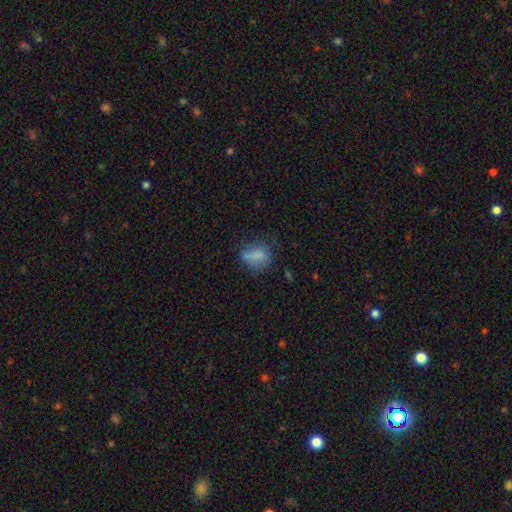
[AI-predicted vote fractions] Q: Smooth or featured?
A: smooth (73%); runner-up: featured or disk (15%)
Q: How rounded?
A: in between (66%); runner-up: round (28%)
Q: Merging?
A: none (51%); runner-up: minor disturbance (28%)